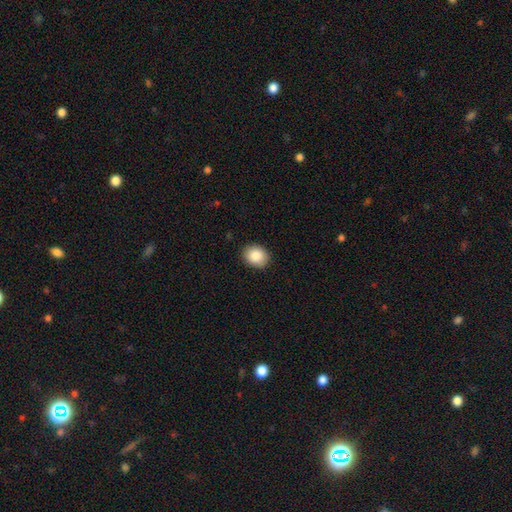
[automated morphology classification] smooth-or-featured: smooth: 87% | star or artifact: 8% | featured or disk: 5%
  how-rounded: round: 54% | in between: 45% | cigar-shaped: 1%
  merging: none: 89% | minor disturbance: 8% | major disturbance: 2% | merger: 1%